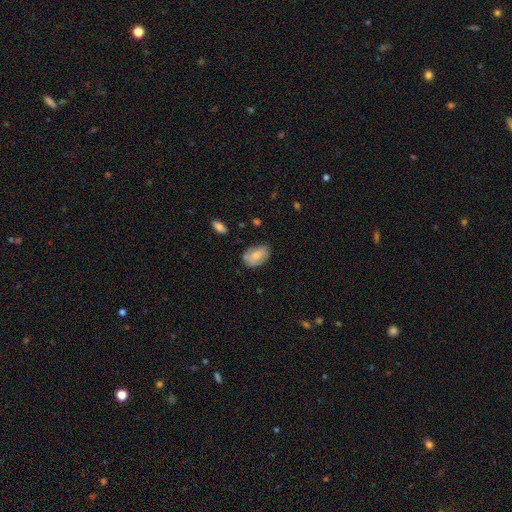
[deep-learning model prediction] smooth_or_featured: smooth (p=0.73) [alt: featured or disk p=0.20]
how_rounded: in between (p=0.87) [alt: round p=0.11]
merging: none (p=0.64) [alt: minor disturbance p=0.27]